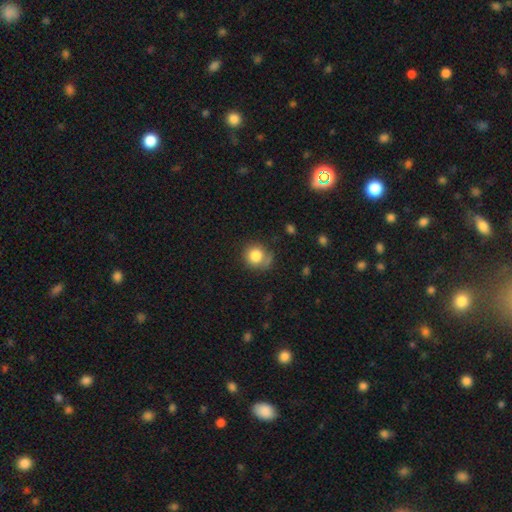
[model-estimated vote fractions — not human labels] This is clearly a smooth galaxy (82%). How rounded: clearly round (87%). Merging: likely none (65%).